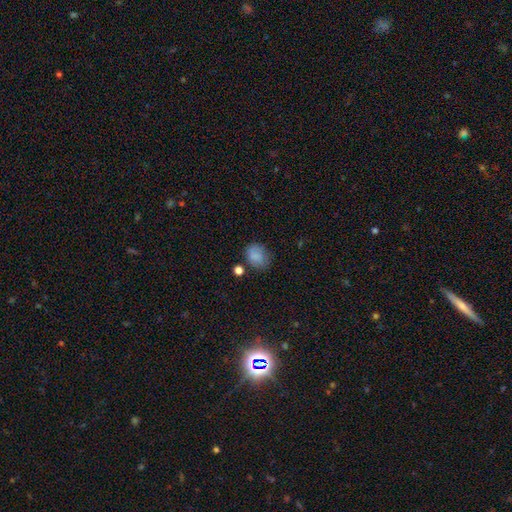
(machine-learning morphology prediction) The model was most divided on "how rounded": in between: 54%, round: 45%, cigar-shaped: 1%. More confident: smooth or featured — smooth (82%); merging — none (69%).